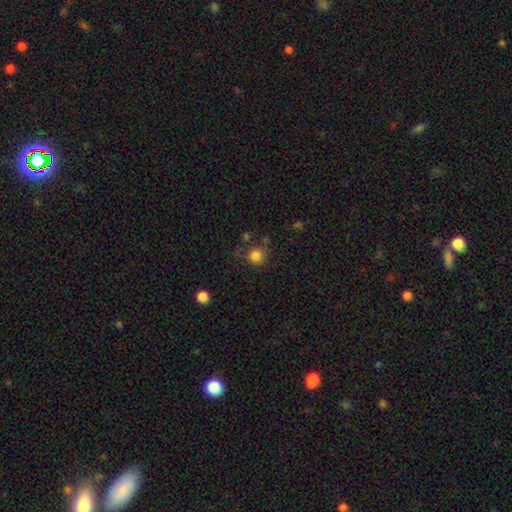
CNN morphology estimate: smooth-or-featured: smooth: 82% | star or artifact: 12% | featured or disk: 6%
  how-rounded: round: 89% | in between: 10% | cigar-shaped: 1%
  merging: none: 66% | minor disturbance: 17% | major disturbance: 9% | merger: 8%